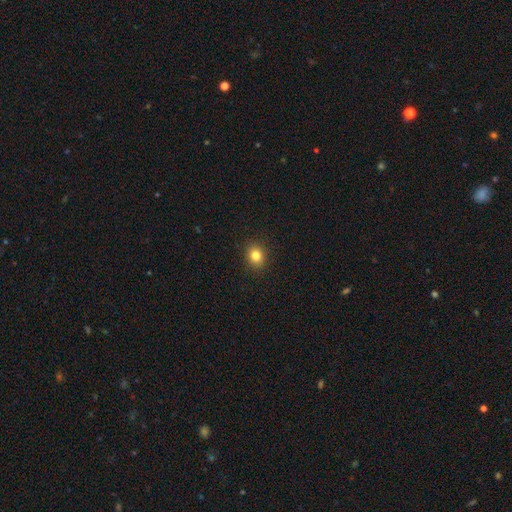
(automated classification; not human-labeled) A smooth galaxy with no disk features (82%) that is round (65%).

Vote fractions:
- Smooth or featured? smooth: 82% / star or artifact: 12% / featured or disk: 6%
- How rounded? round: 65% / in between: 34% / cigar-shaped: 1%
- Merging? none: 91% / minor disturbance: 6% / major disturbance: 2% / merger: 1%